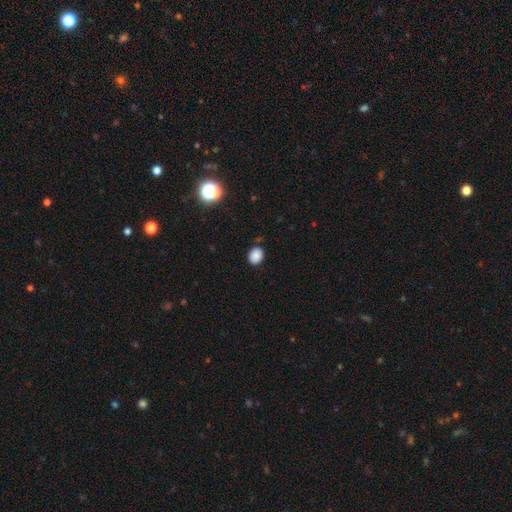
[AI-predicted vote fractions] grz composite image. It shows a smooth galaxy with no disk features (86%) that is round (50%). Merging: none (86%).